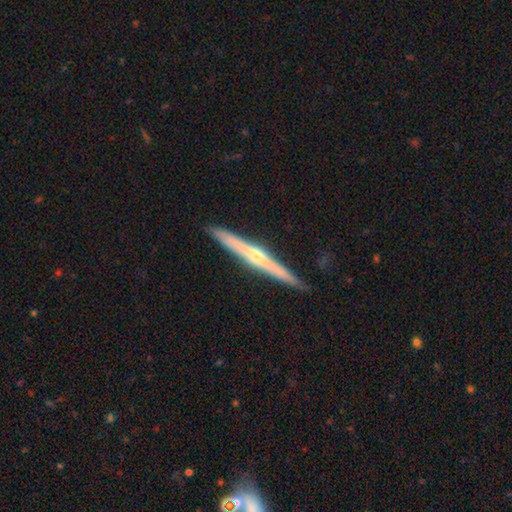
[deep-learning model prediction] A featured or disk galaxy (78%) viewed edge-on (98%) with a rounded central bulge (83%).

Vote fractions:
- Smooth or featured? featured or disk: 78% / smooth: 16% / star or artifact: 5%
- Edge-on disk? yes: 98% / no: 2%
- Edge-on bulge? rounded: 83% / none: 12% / boxy: 4%
- Merging? none: 92% / minor disturbance: 6% / major disturbance: 1% / merger: 1%